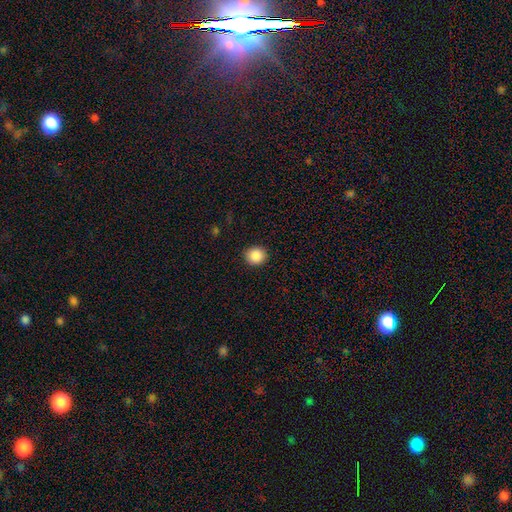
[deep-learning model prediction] smooth-or-featured: smooth: 88% | star or artifact: 9% | featured or disk: 3%
  how-rounded: round: 86% | in between: 13% | cigar-shaped: 1%
  merging: none: 91% | minor disturbance: 6% | major disturbance: 2% | merger: 1%